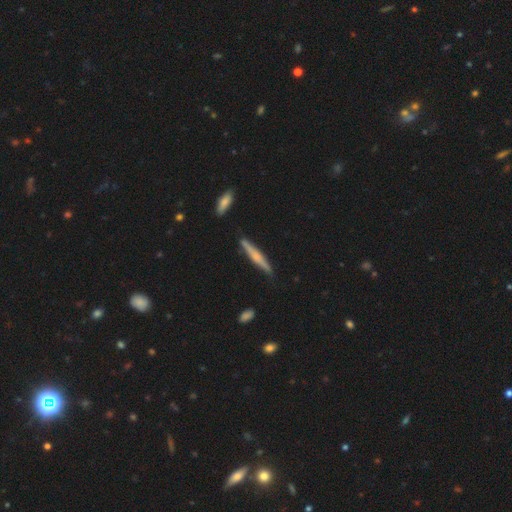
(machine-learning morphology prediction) smooth-or-featured: featured or disk: 47% (tied) | smooth: 47% (tied) | star or artifact: 6%
  merging: none: 81% | minor disturbance: 13% | merger: 3% | major disturbance: 2%